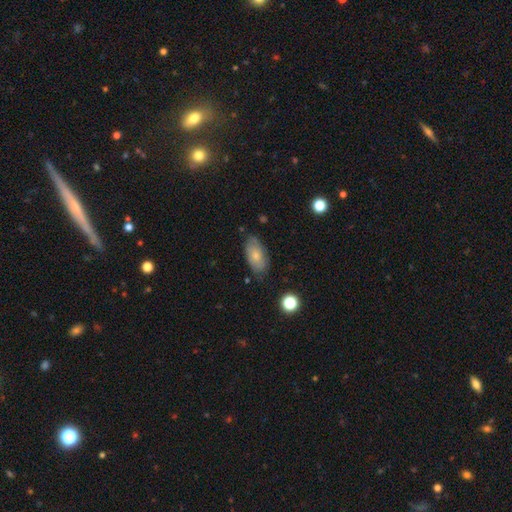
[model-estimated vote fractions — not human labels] smooth 71%, featured or disk 22%, star or artifact 7%. Down the decision tree: how rounded — in between (93%); merging — none (72%).